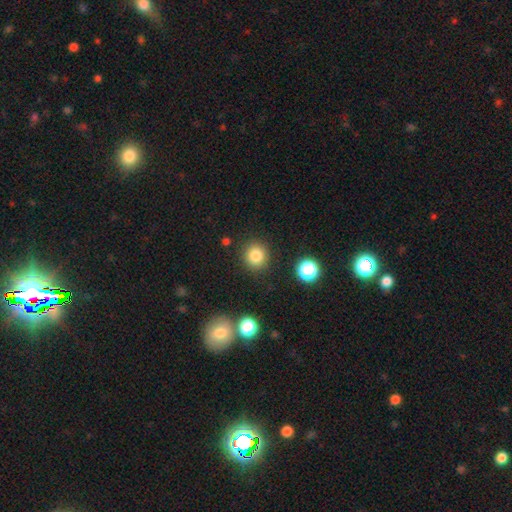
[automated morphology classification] This appears to be a smooth galaxy with no disk features (83%) that is round (90%). Merging: none (88%).